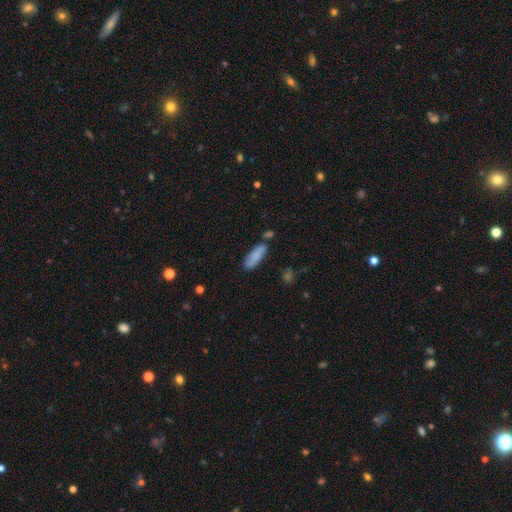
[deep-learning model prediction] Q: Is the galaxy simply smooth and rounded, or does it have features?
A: smooth — 82%.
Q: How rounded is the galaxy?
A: in between — 59%.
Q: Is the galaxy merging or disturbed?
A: none — 72%.